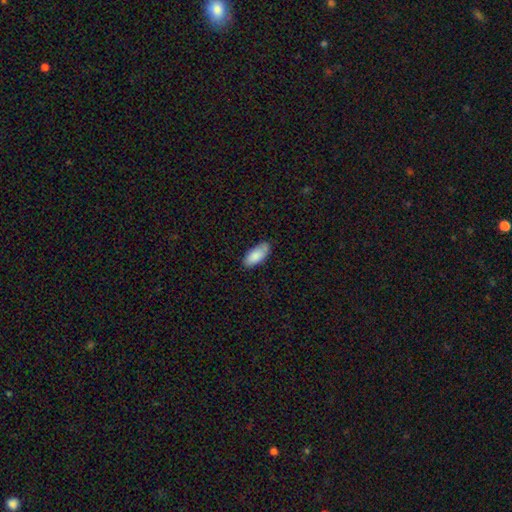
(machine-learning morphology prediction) type=smooth (87%); roundness=in between (87%); merging=none (78%).